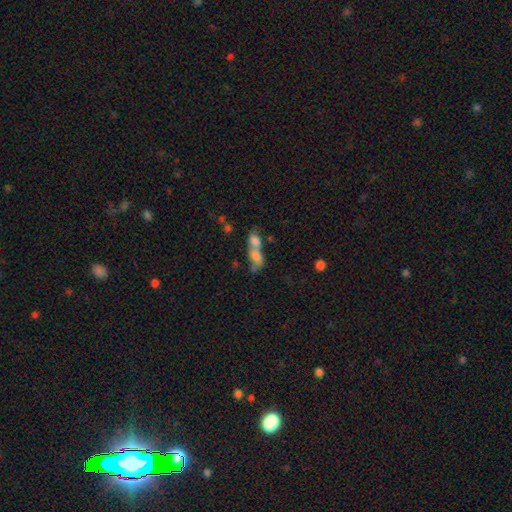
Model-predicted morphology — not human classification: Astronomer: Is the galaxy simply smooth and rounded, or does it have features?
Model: smooth — 67%.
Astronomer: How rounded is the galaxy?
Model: in between — 74%.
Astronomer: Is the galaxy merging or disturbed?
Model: merger — 72%.